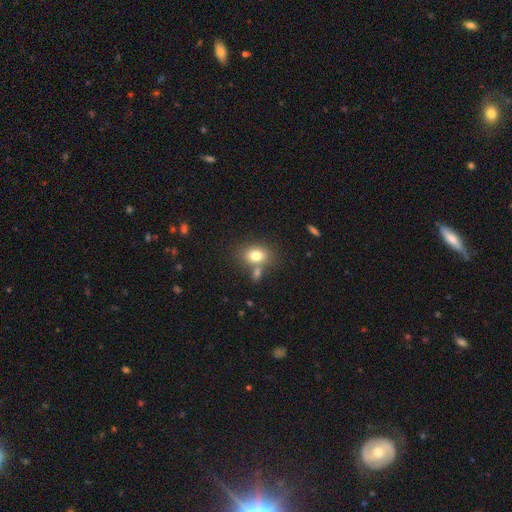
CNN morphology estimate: type=smooth (78%); roundness=in between (68%); merging=none (61%).